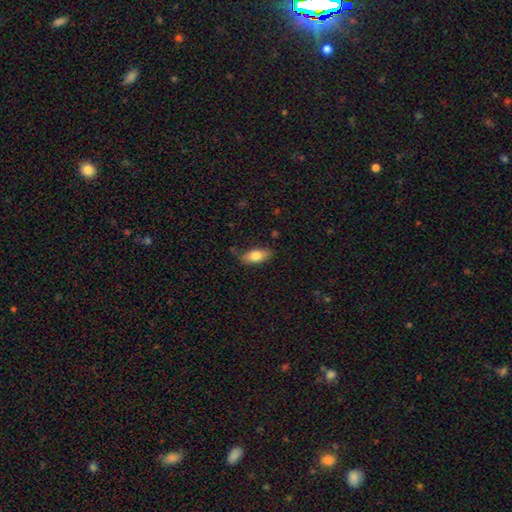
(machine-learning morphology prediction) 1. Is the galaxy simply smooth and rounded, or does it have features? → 81% smooth, 12% featured or disk, 7% star or artifact.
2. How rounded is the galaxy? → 87% in between, 10% cigar-shaped, 3% round.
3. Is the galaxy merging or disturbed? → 74% none, 20% minor disturbance, 4% major disturbance, 2% merger.